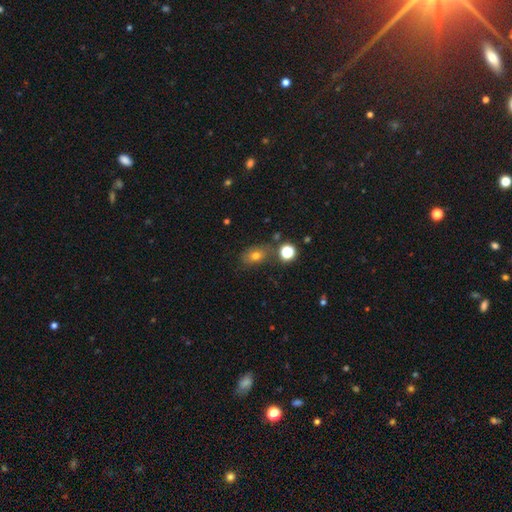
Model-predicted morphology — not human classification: Overall: smooth (72%). How rounded: in between (70%). Merging: none (69%).